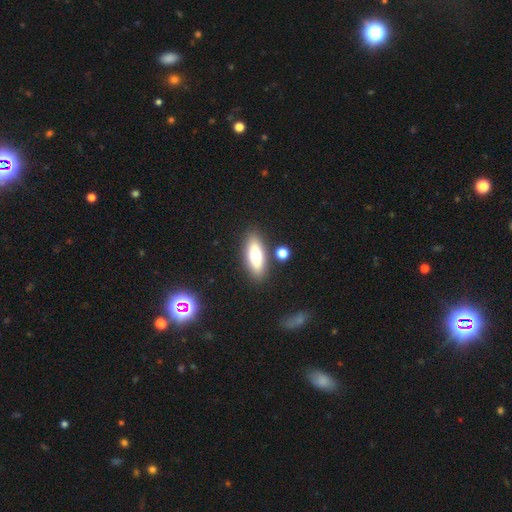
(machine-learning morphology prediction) Smooth or featured?
  - smooth: 66% *
  - featured or disk: 27%
  - star or artifact: 8%
How rounded?
  - in between: 60% *
  - cigar-shaped: 38%
  - round: 3%
Merging?
  - none: 82% *
  - minor disturbance: 10%
  - merger: 5%
  - major disturbance: 3%